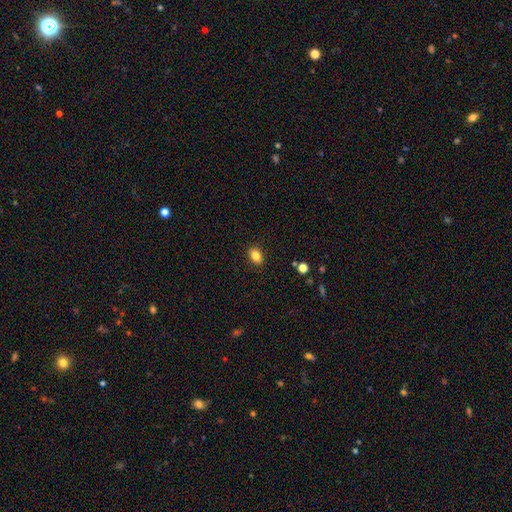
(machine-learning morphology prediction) Smooth or featured? Predicted: smooth (p=0.84). How rounded? Predicted: in between (p=0.80). Merging? Predicted: none (p=0.89).